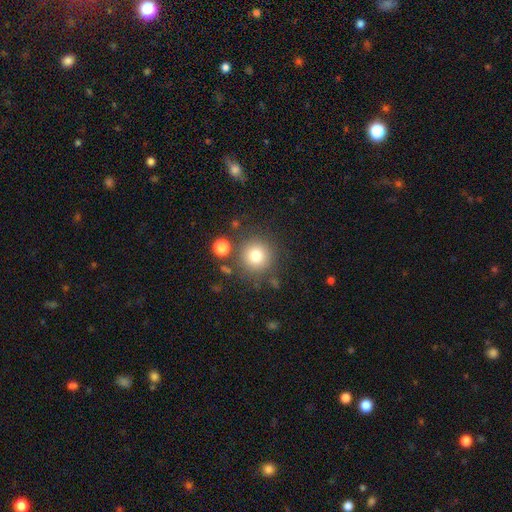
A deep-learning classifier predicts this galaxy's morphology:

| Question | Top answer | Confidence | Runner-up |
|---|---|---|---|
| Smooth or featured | smooth | 78% | star or artifact (12%) |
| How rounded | round | 94% | in between (5%) |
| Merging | none | 82% | minor disturbance (9%) |